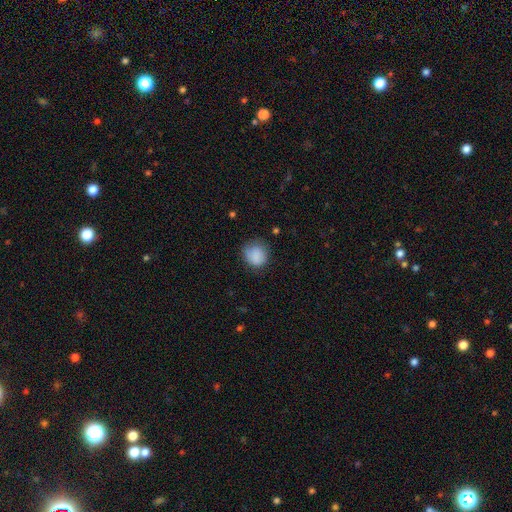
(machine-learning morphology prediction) smooth 86%, star or artifact 8%, featured or disk 6%. Down the decision tree: how rounded — round (78%); merging — none (70%).